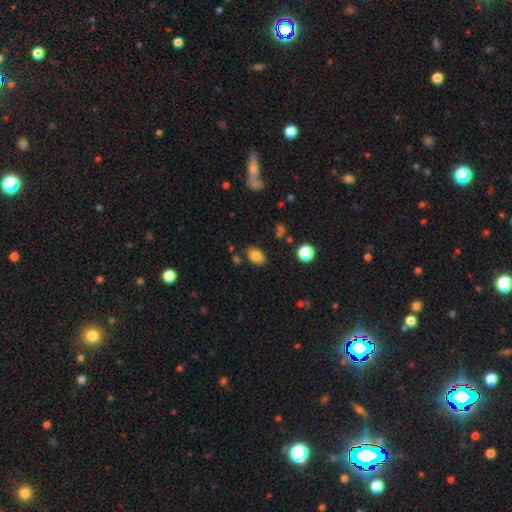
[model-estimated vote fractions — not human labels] Q: Smooth or featured?
A: smooth (83%); runner-up: star or artifact (10%)
Q: How rounded?
A: in between (82%); runner-up: round (17%)
Q: Merging?
A: none (82%); runner-up: minor disturbance (11%)